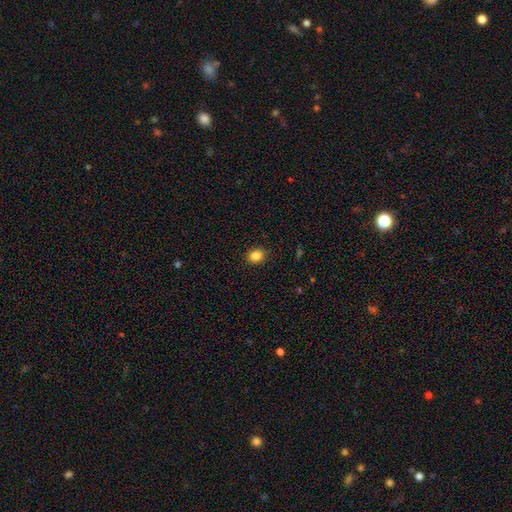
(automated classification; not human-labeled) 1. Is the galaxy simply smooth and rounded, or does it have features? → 85% smooth, 10% star or artifact, 5% featured or disk.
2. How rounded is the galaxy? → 51% round, 48% in between, 1% cigar-shaped.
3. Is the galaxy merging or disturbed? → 90% none, 7% minor disturbance, 2% major disturbance, 1% merger.